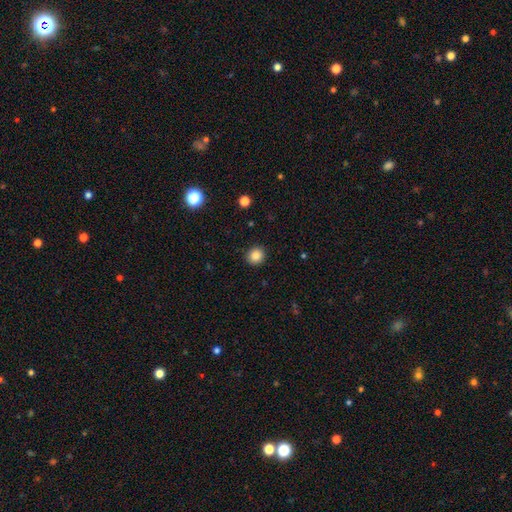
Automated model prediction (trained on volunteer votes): This is clearly a smooth galaxy (86%). How rounded: clearly round (88%). Merging: clearly none (91%).